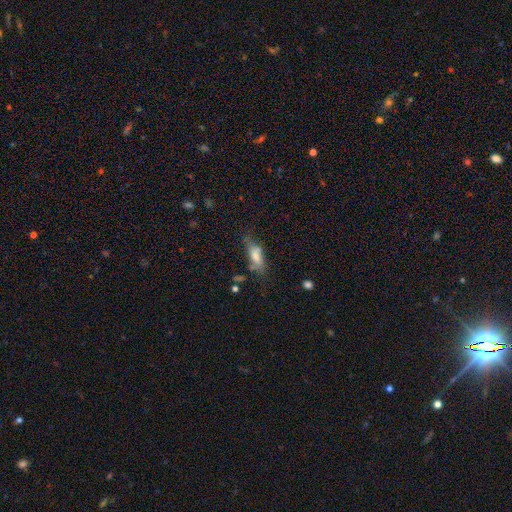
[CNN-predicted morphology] The model was most divided on "merging": none: 43%, minor disturbance: 29%, major disturbance: 19%, merger: 9%. More confident: how rounded — in between (71%); smooth or featured — smooth (66%).